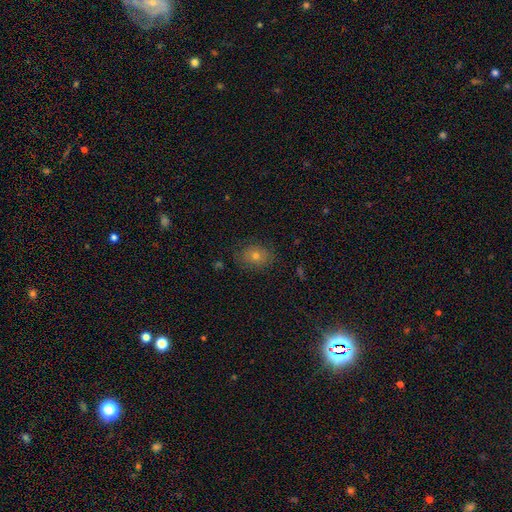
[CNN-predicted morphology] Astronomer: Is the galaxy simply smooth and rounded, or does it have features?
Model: smooth — 59%.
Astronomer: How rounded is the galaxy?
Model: in between — 50% (runner-up: round, 49%).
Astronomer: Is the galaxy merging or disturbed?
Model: none — 81%.